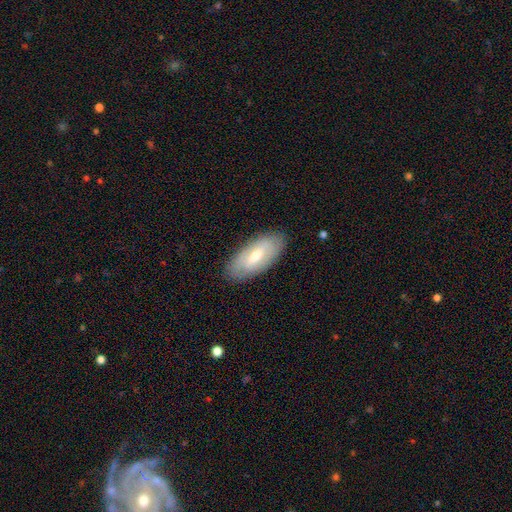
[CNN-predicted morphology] smooth_or_featured: smooth (p=0.48) [alt: featured or disk p=0.46]
merging: none (p=0.85) [alt: minor disturbance p=0.11]